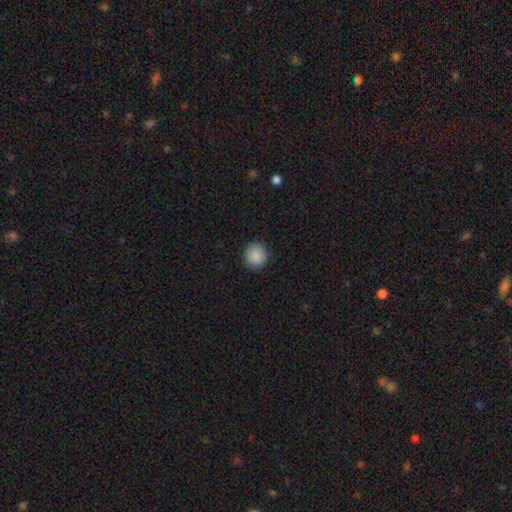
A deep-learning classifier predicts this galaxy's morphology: smooth 88%, star or artifact 8%, featured or disk 4%. Down the decision tree: how rounded — round (92%); merging — none (90%).